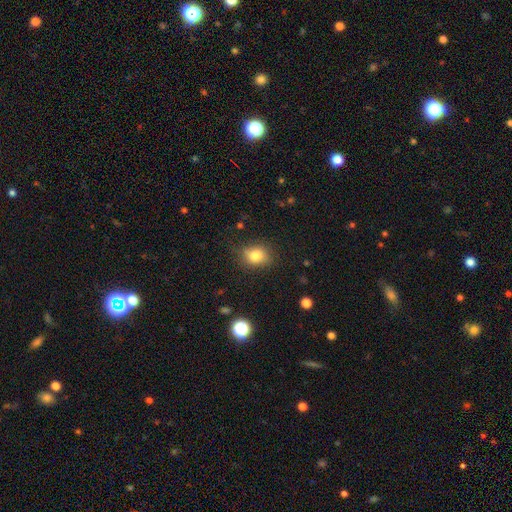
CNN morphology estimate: This appears to be a smooth galaxy with no disk features (80%) that is round (50%). Merging: none (74%).